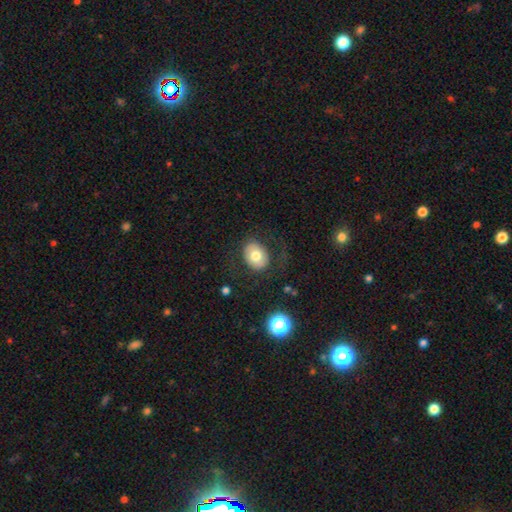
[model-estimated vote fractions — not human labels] The model was most divided on "how rounded": in between: 55%, round: 44%, cigar-shaped: 1%. More confident: merging — none (74%); smooth or featured — smooth (68%).